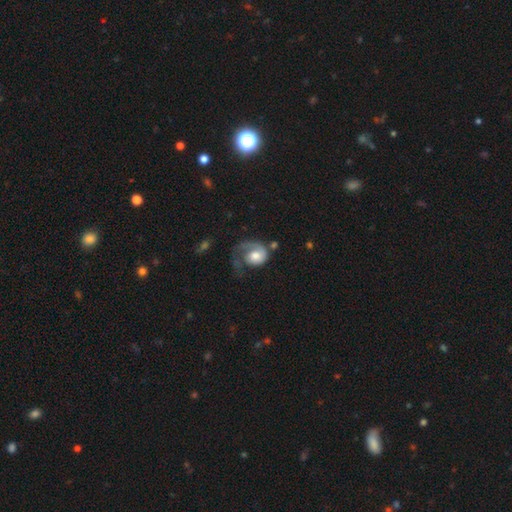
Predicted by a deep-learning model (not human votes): Smooth or featured? featured or disk (65%)
Edge-on disk? no (98%)
Bar? no (79%)
Spiral arms? yes (87%)
Spiral winding? loose (36%)
Spiral arm count? 1 (86%)
Bulge size? moderate (46%)
Merging? major disturbance (46%)